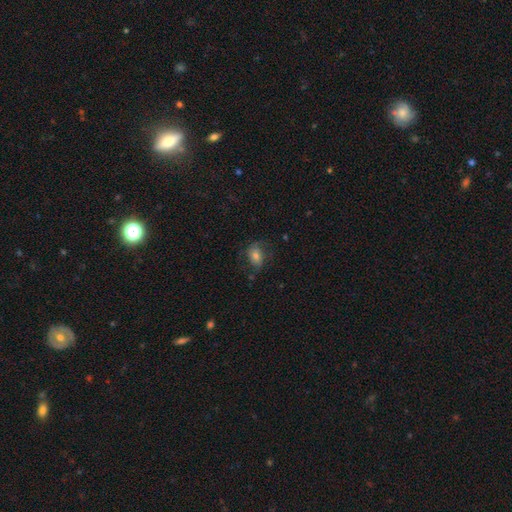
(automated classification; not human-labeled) smooth 57%, featured or disk 31%, star or artifact 12%. Down the decision tree: how rounded — in between (69%); merging — none (61%).